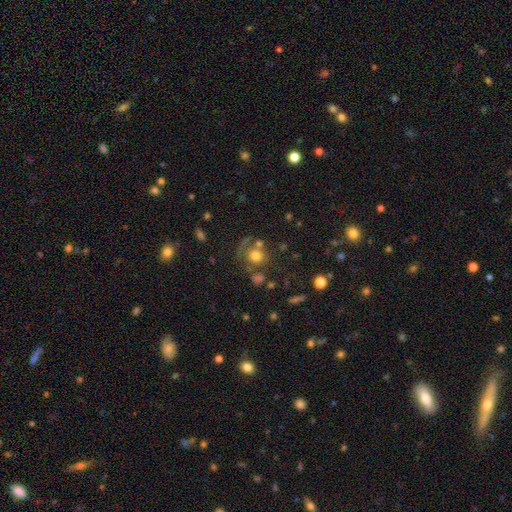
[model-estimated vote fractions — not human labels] Morphology: type=smooth (68%); roundness=round (81%); merging=none (54%).